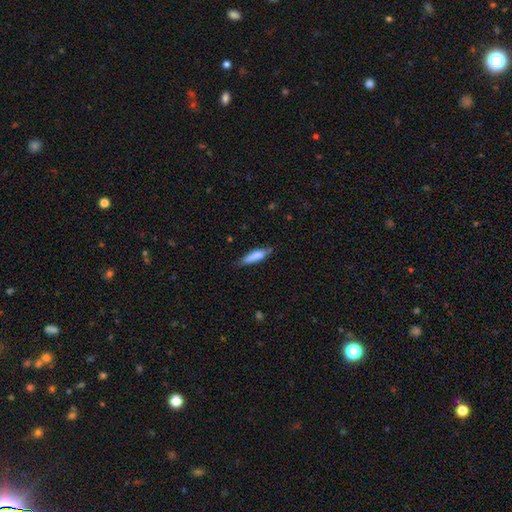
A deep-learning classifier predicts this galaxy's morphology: A smooth galaxy with no disk features (79%) that is cigar-shaped (70%).

Vote fractions:
- Smooth or featured? smooth: 79% / featured or disk: 15% / star or artifact: 6%
- How rounded? cigar-shaped: 70% / in between: 28% / round: 2%
- Merging? none: 68% / minor disturbance: 25% / major disturbance: 5% / merger: 2%